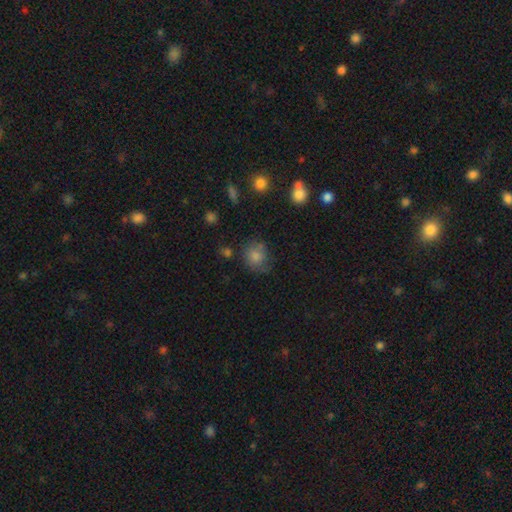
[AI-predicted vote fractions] Smooth or featured? Predicted: smooth (p=0.78). How rounded? Predicted: round (p=0.73). Merging? Predicted: none (p=0.60).